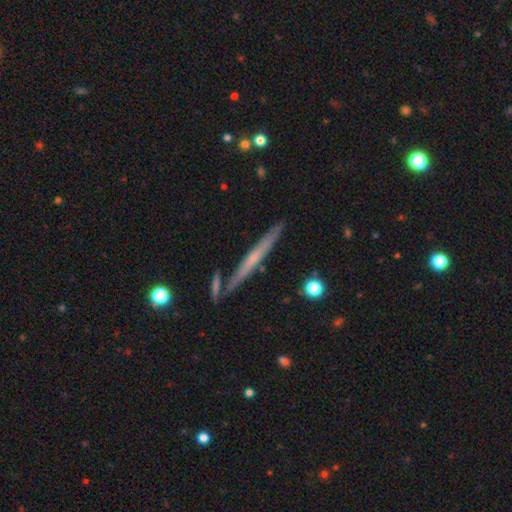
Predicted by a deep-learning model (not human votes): Morphology: type=featured or disk (62%); edge-on=yes (96%); edge-on bulge=none (71%); merging=none (86%).